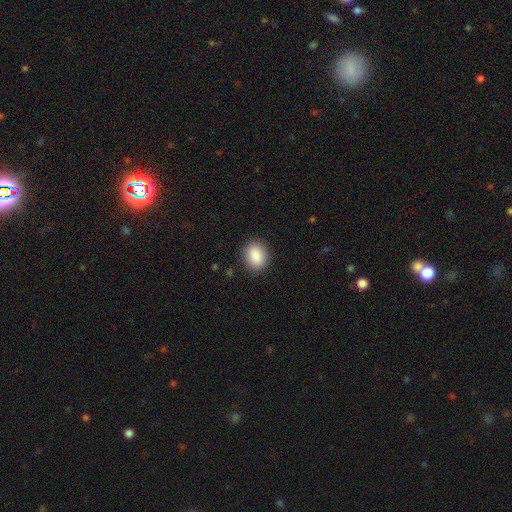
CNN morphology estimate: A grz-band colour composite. It shows a smooth galaxy with no disk features (88%) that is in between round and cigar-shaped (61%). Merging: none (86%).